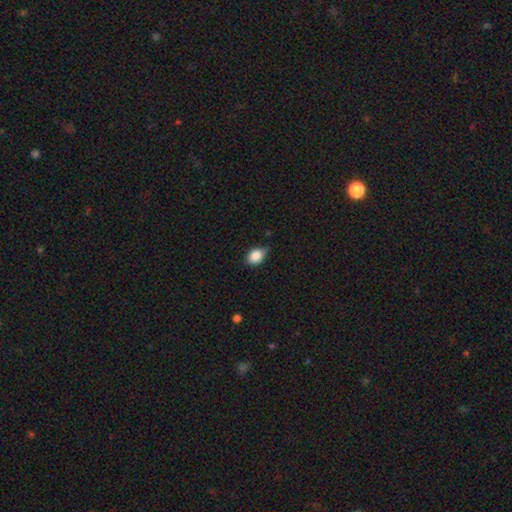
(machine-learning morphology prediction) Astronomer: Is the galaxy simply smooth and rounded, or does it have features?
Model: smooth — 85%.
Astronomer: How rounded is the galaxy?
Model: in between — 72%.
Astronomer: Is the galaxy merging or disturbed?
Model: none — 59%.